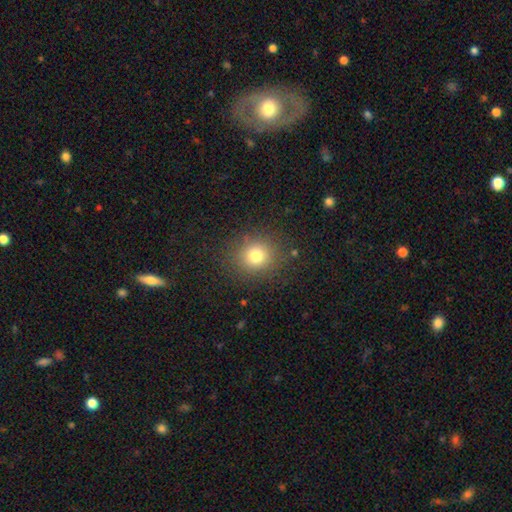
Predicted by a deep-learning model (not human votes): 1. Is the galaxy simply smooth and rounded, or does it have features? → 77% smooth, 15% star or artifact, 8% featured or disk.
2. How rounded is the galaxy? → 84% round, 15% in between, 1% cigar-shaped.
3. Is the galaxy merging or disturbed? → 86% none, 9% minor disturbance, 4% major disturbance, 1% merger.